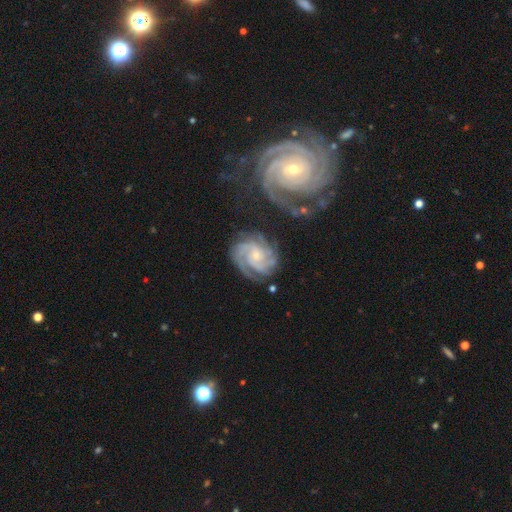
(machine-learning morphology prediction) Smooth or featured? Predicted: featured or disk (p=0.90). Edge-on disk? Predicted: no (p=0.98). Bar? Predicted: no (p=0.70). Spiral arms? Predicted: yes (p=0.98). Spiral winding? Predicted: tight (p=0.68). Spiral arm count? Predicted: 3 (p=0.42). Bulge size? Predicted: small (p=0.72). Merging? Predicted: none (p=0.67).